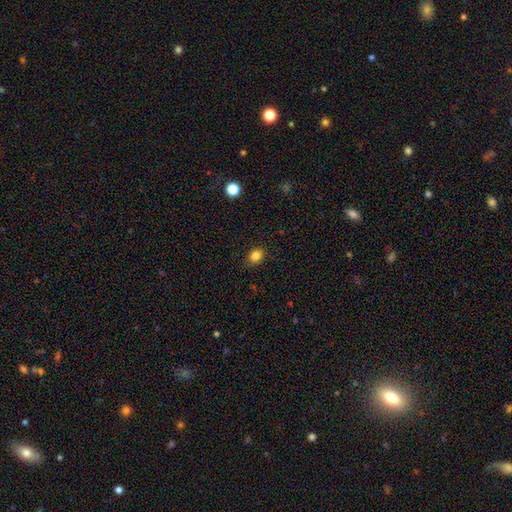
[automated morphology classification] This is clearly a smooth galaxy (83%). How rounded: possibly round (58%). Merging: clearly none (85%).